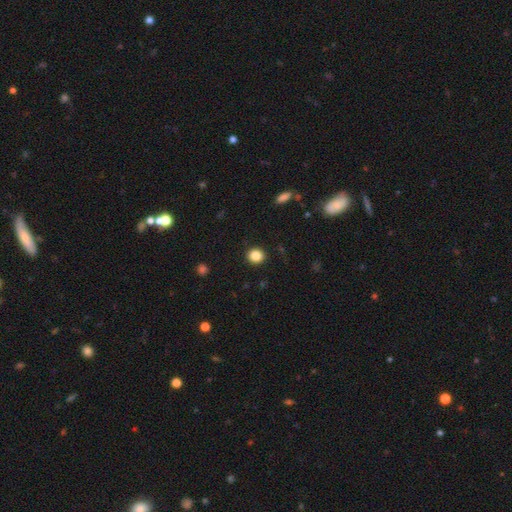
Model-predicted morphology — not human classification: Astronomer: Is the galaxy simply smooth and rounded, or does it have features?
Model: smooth — 85%.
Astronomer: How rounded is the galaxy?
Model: round — 86%.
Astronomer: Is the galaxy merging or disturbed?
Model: none — 91%.